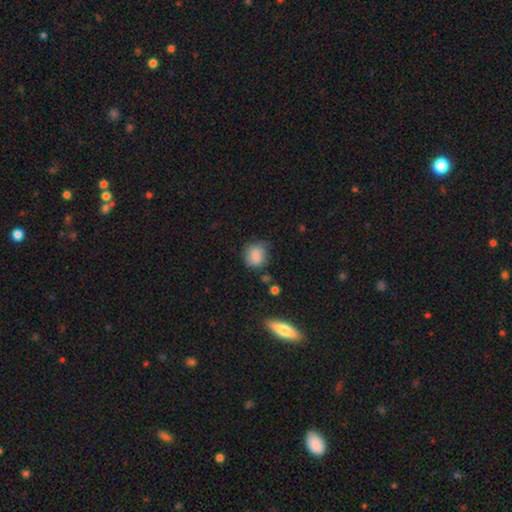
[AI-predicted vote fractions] A smooth galaxy with no disk features (81%) that is round (71%).

Vote fractions:
- Smooth or featured? smooth: 81% / star or artifact: 10% / featured or disk: 9%
- How rounded? round: 71% / in between: 28% / cigar-shaped: 1%
- Merging? none: 61% / minor disturbance: 27% / major disturbance: 8% / merger: 3%